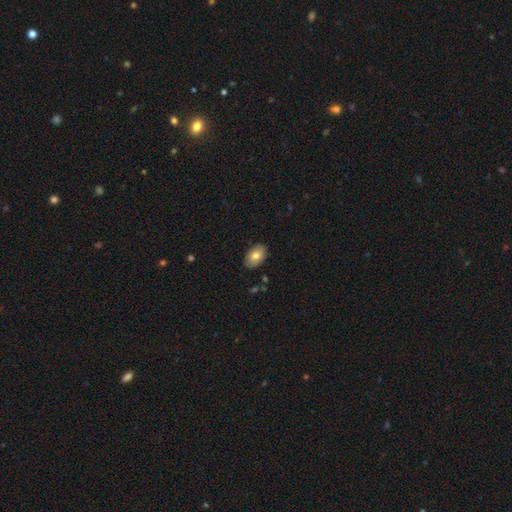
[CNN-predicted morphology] A smooth galaxy with no disk features (75%) that is in between round and cigar-shaped (91%).

Vote fractions:
- Smooth or featured? smooth: 75% / featured or disk: 18% / star or artifact: 7%
- How rounded? in between: 91% / round: 8% / cigar-shaped: 1%
- Merging? none: 86% / minor disturbance: 11% / major disturbance: 2% / merger: 1%